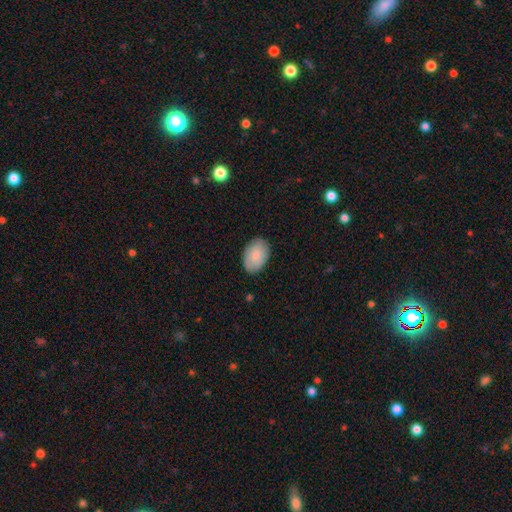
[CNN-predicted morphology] Overall: smooth (81%). How rounded: in between (88%). Merging: none (85%).